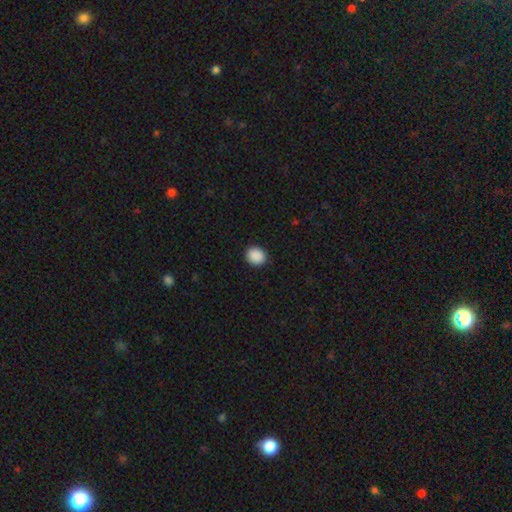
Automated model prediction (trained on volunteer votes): Smooth or featured: smooth — 90% (star or artifact — 8%)
How rounded: round — 73% (in between — 26%)
Merging: none — 91% (minor disturbance — 6%)